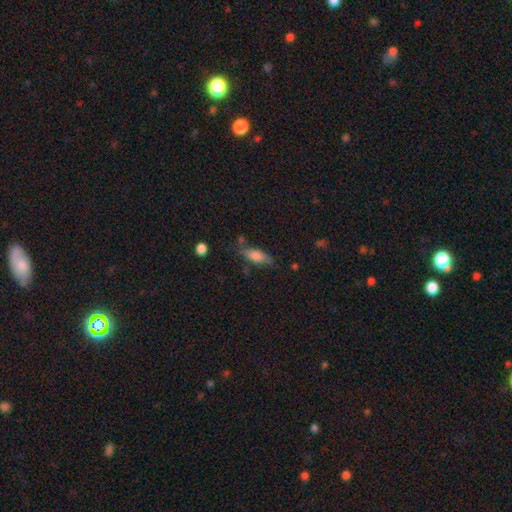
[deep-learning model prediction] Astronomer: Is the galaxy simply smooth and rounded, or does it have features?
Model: smooth — 76%.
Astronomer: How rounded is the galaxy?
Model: in between — 68%.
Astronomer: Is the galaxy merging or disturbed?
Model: none — 64%.